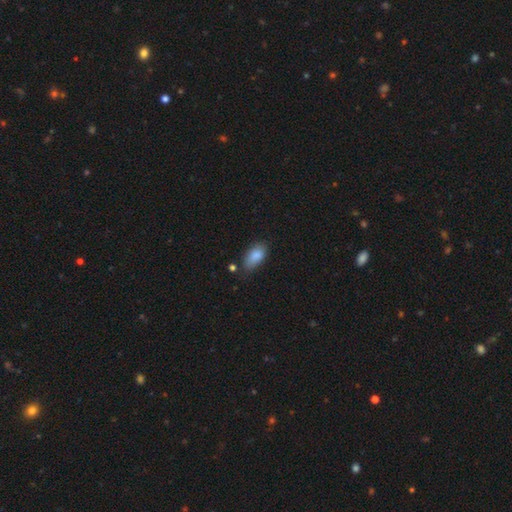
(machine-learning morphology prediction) A smooth galaxy with no disk features (86%) that is in between round and cigar-shaped (91%). Merging: none (63%).